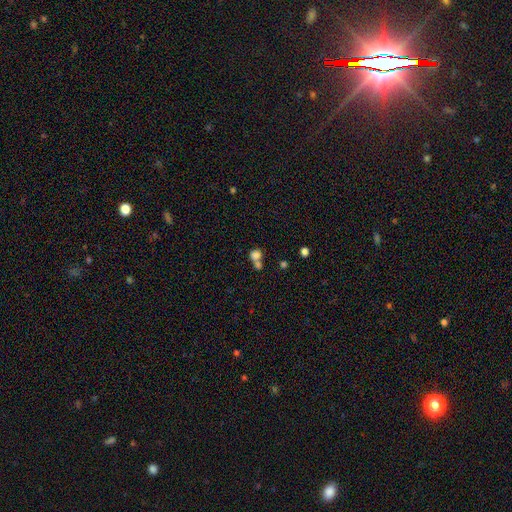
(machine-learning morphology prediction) A smooth galaxy with no disk features (78%) that is round (71%).

Vote fractions:
- Smooth or featured? smooth: 78% / star or artifact: 12% / featured or disk: 10%
- How rounded? round: 71% / in between: 27% / cigar-shaped: 1%
- Merging? merger: 55% / none: 32% / minor disturbance: 8% / major disturbance: 5%